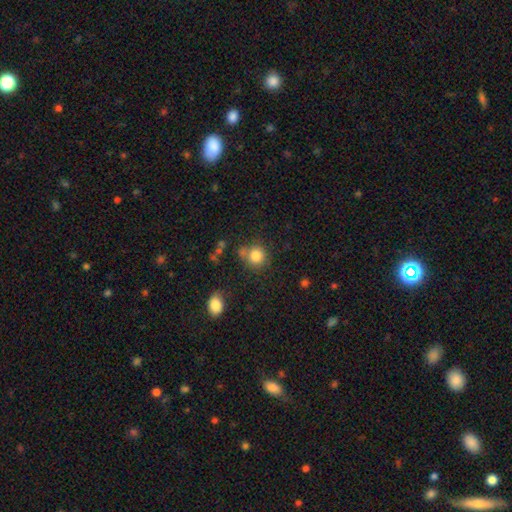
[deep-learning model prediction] Smooth or featured? Predicted: smooth (p=0.83). How rounded? Predicted: round (p=0.88). Merging? Predicted: none (p=0.70).